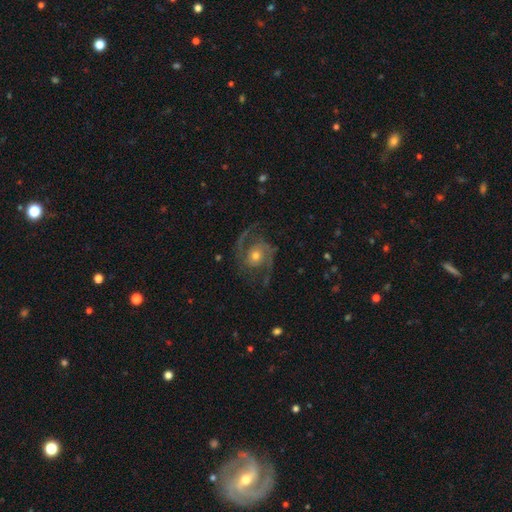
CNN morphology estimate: Overall: featured or disk (88%). Edge-on disk: no (98%). Bar: no (67%). Spiral arms: yes (97%). Spiral arm count: 2 (88%). Spiral winding: medium (57%; loose 23%). Bulge size: moderate (60%; small 32%). Merging: none (74%).